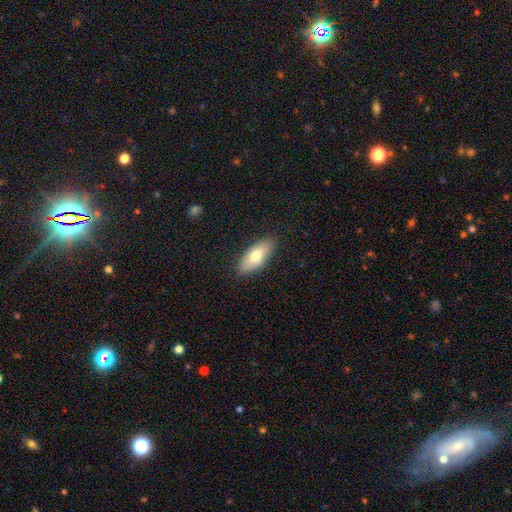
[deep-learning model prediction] Morphology: type=smooth (72%); roundness=in between (80%); merging=none (87%).